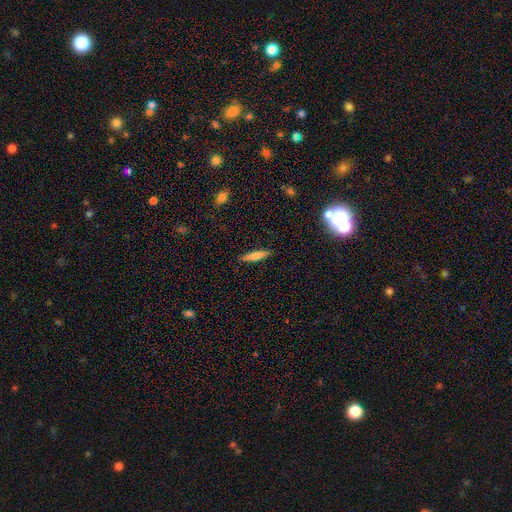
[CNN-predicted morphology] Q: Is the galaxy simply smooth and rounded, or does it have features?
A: smooth — 69%.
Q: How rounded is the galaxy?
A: cigar-shaped — 85%.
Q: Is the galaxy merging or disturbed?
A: none — 89%.